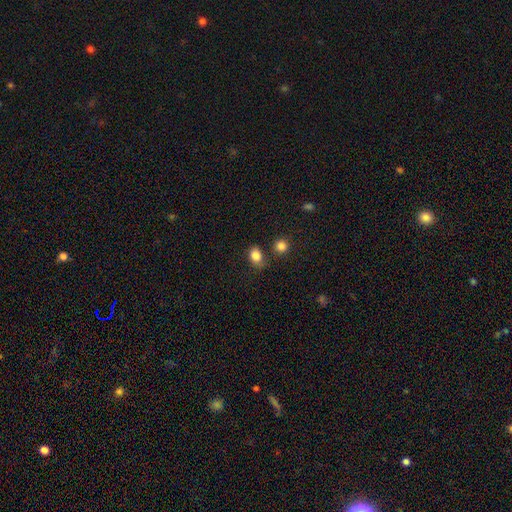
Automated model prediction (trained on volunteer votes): Q: Smooth or featured?
A: smooth (84%); runner-up: star or artifact (10%)
Q: How rounded?
A: in between (56%); runner-up: round (43%)
Q: Merging?
A: none (67%); runner-up: minor disturbance (19%)